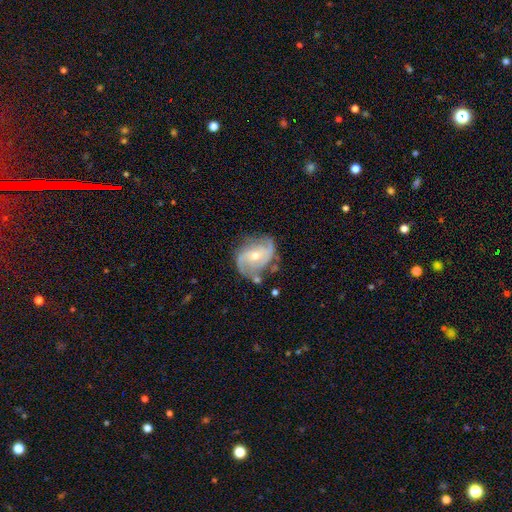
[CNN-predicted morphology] smooth-or-featured: featured or disk: 84% | smooth: 10% | star or artifact: 6%
  disk-edge-on: no: 97% | yes: 3%
    bar: no: 52% | weak: 37% | strong: 11%
    has-spiral-arms: yes: 95% | no: 5%
      spiral-winding: medium: 45% | loose: 32% | tight: 23%
      spiral-arm-count: 2: 66% | 3: 14% | can't tell: 11% | 1: 4% | 4: 3% | more than 4: 2%
    bulge-size: small: 49% | moderate: 48% | large: 2% | none: 1% | dominant: 1%
  merging: none: 62% | minor disturbance: 23% | major disturbance: 10% | merger: 5%